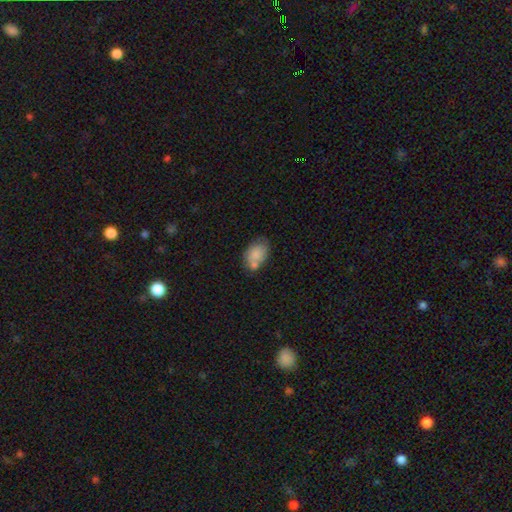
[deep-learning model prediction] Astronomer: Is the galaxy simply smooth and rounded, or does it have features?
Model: smooth — 77%.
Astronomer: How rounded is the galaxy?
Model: in between — 84%.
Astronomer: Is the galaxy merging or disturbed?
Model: none — 45% (runner-up: merger, 27%).